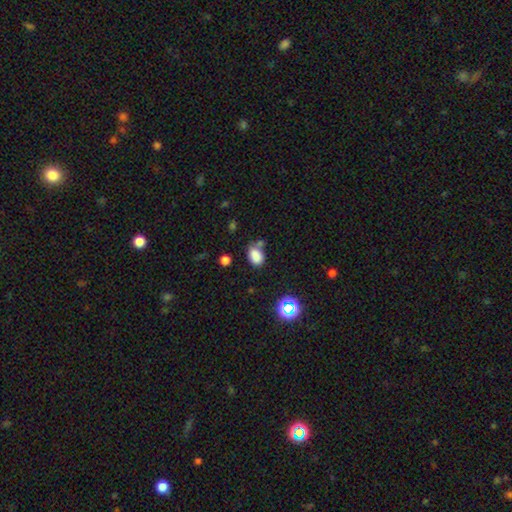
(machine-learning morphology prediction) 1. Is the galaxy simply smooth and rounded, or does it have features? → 82% smooth, 13% star or artifact, 5% featured or disk.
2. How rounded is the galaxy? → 77% in between, 22% round, 1% cigar-shaped.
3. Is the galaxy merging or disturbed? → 61% none, 19% minor disturbance, 15% merger, 6% major disturbance.